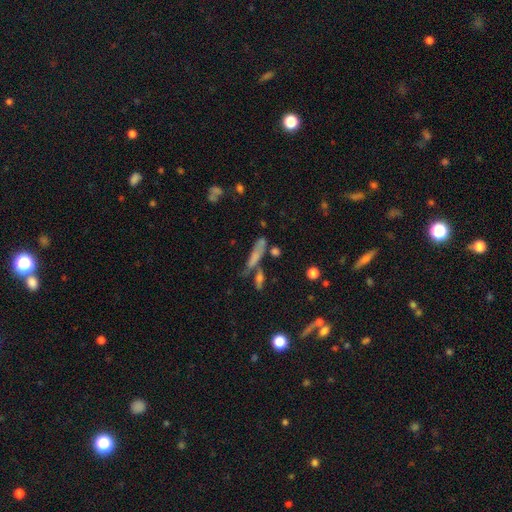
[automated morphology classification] smooth_or_featured: smooth (p=0.53) [alt: featured or disk p=0.29]
how_rounded: cigar-shaped (p=0.75) [alt: in between p=0.20]
merging: none (p=0.46) [alt: merger p=0.26]